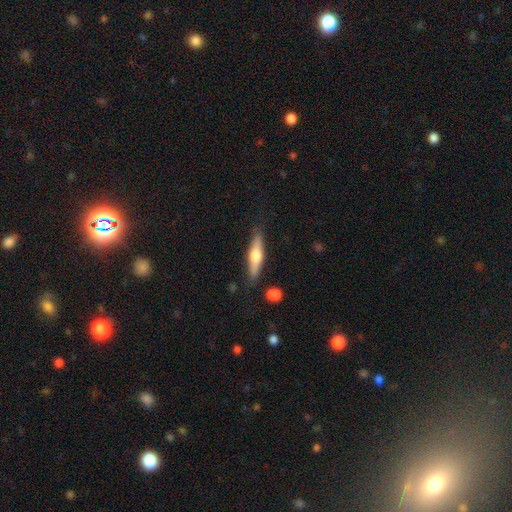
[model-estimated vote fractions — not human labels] Q: Smooth or featured?
A: featured or disk (48%); runner-up: smooth (46%)
Q: Merging?
A: none (83%); runner-up: minor disturbance (12%)